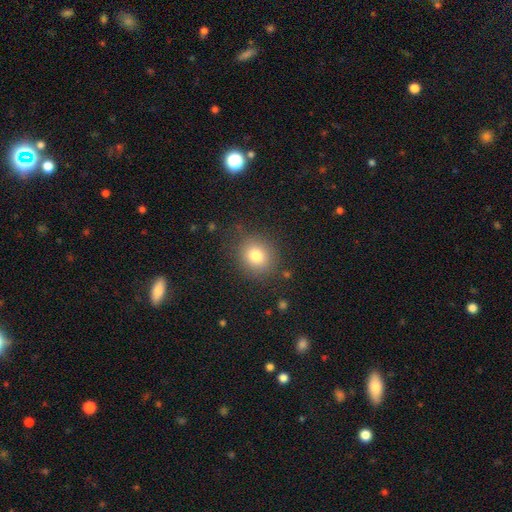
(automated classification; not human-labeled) A smooth galaxy with no disk features (78%) that is round (82%). Merging: none (83%).